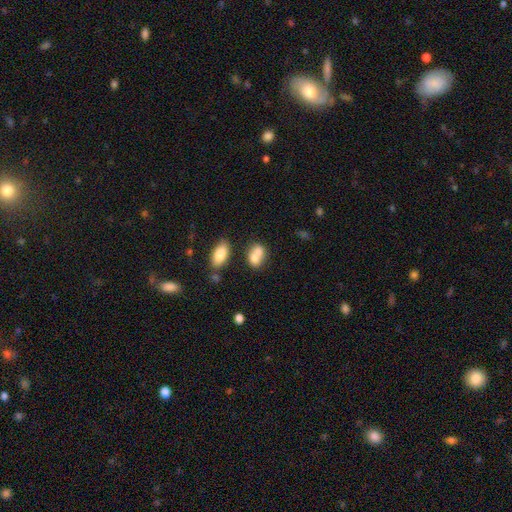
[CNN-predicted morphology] Overall: smooth (73%). How rounded: in between (61%; round 38%). Merging: merger (63%; none 25%).